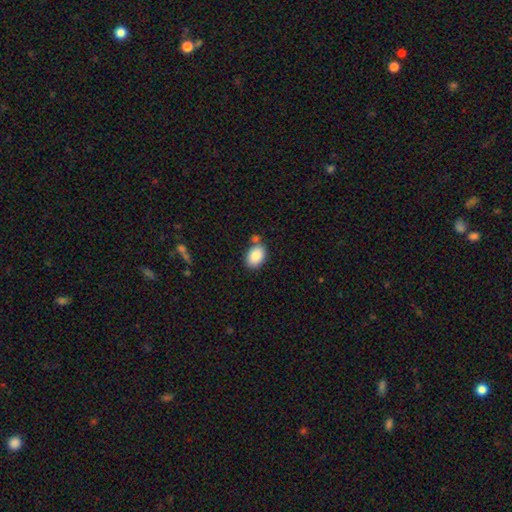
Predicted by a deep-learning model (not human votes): This appears to be a smooth galaxy with no disk features (86%) that is in between round and cigar-shaped (81%). Merging: none (72%).